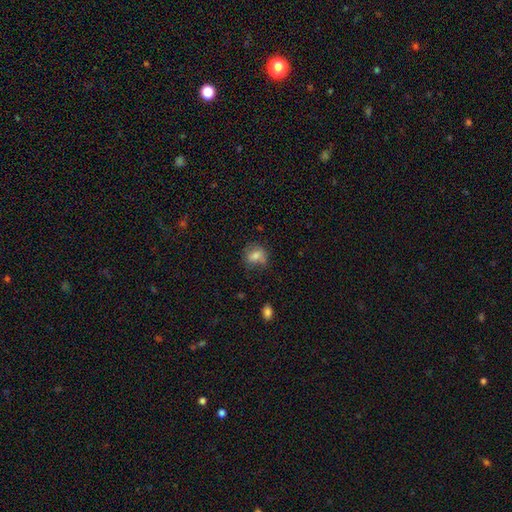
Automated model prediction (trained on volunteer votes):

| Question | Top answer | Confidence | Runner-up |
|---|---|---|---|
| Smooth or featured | smooth | 75% | featured or disk (14%) |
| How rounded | round | 56% | in between (42%) |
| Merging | none | 60% | minor disturbance (25%) |